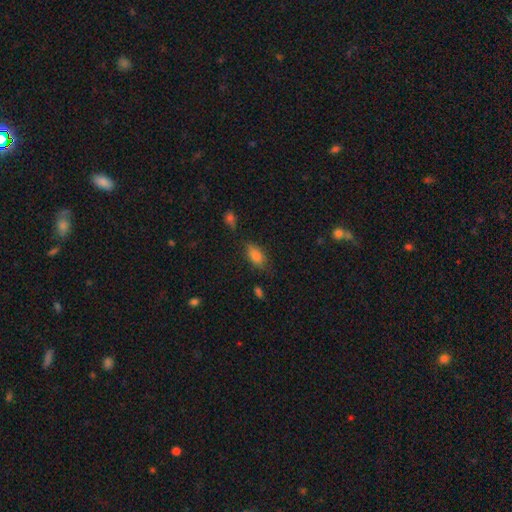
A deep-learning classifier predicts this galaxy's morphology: smooth_or_featured: smooth (p=0.78) [alt: featured or disk p=0.12]
how_rounded: in between (p=0.86) [alt: cigar-shaped p=0.09]
merging: none (p=0.68) [alt: minor disturbance p=0.22]